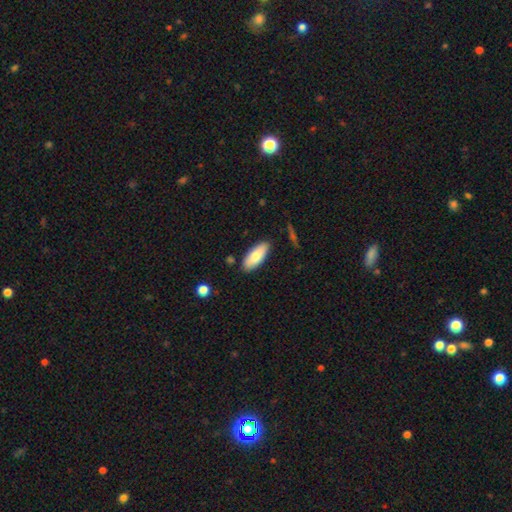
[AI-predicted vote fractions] smooth_or_featured: smooth (p=0.76) [alt: featured or disk p=0.17]
how_rounded: in between (p=0.81) [alt: cigar-shaped p=0.17]
merging: none (p=0.84) [alt: minor disturbance p=0.11]